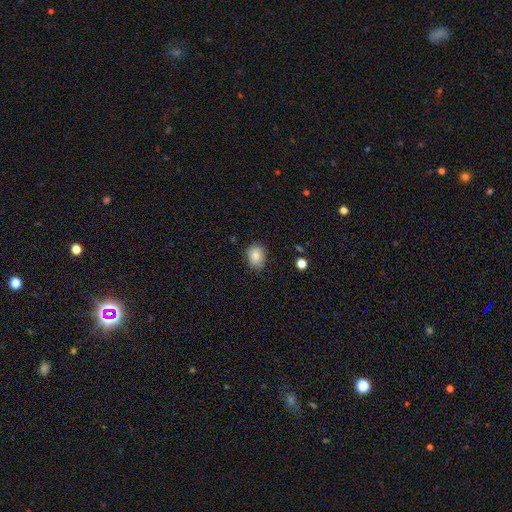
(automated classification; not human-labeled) A smooth galaxy with no disk features (84%) that is in between round and cigar-shaped (54%).

Vote fractions:
- Smooth or featured? smooth: 84% / star or artifact: 9% / featured or disk: 8%
- How rounded? in between: 54% / round: 45% / cigar-shaped: 1%
- Merging? none: 81% / minor disturbance: 15% / major disturbance: 3% / merger: 1%